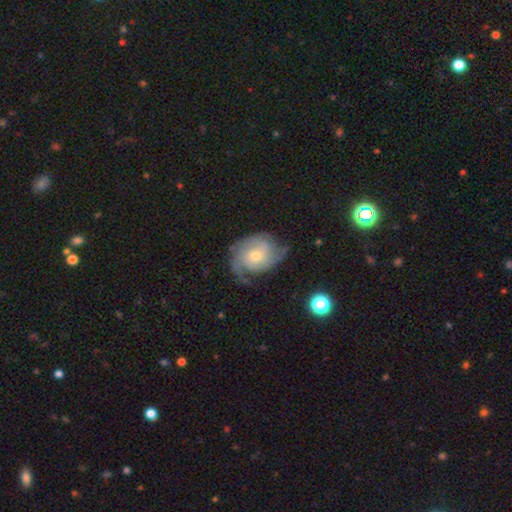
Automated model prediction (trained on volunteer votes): featured or disk 79%, smooth 14%, star or artifact 6%. Down the decision tree: edge-on disk — no (97%); bar — no (72%); spiral arms — yes (94%); spiral arm count — 2 (39%); spiral winding — tight (47%); bulge size — small (50%); merging — none (62%).